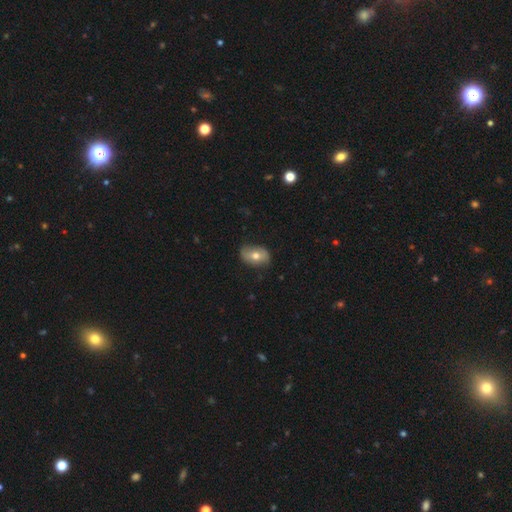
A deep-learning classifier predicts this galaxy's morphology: The model was most divided on "smooth or featured": smooth: 60%, featured or disk: 33%, star or artifact: 7%. More confident: how rounded — in between (83%); merging — none (76%).